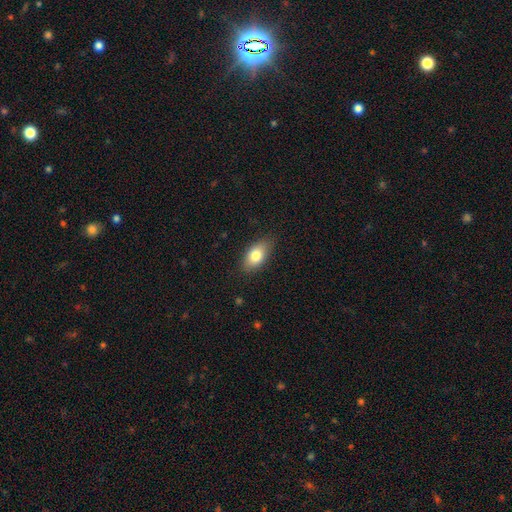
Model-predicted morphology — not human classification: Smooth or featured: smooth — 79% (featured or disk — 14%)
How rounded: in between — 90% (round — 6%)
Merging: none — 82% (minor disturbance — 15%)